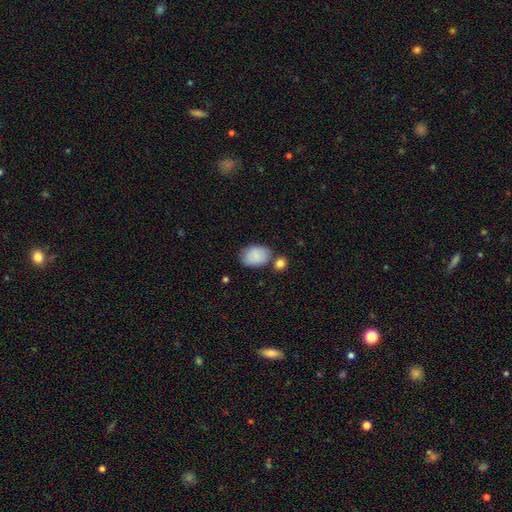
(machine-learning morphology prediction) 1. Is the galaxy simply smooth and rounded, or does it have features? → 85% smooth, 8% featured or disk, 7% star or artifact.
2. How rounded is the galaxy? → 84% in between, 15% round, 1% cigar-shaped.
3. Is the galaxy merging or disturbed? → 62% none, 19% minor disturbance, 14% merger, 5% major disturbance.